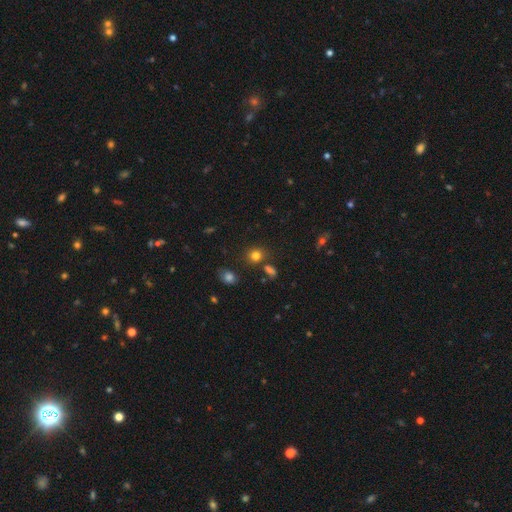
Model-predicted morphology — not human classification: smooth-or-featured: smooth: 79% | star or artifact: 15% | featured or disk: 6%
  how-rounded: round: 79% | in between: 20% | cigar-shaped: 1%
  merging: none: 77% | minor disturbance: 11% | merger: 8% | major disturbance: 4%